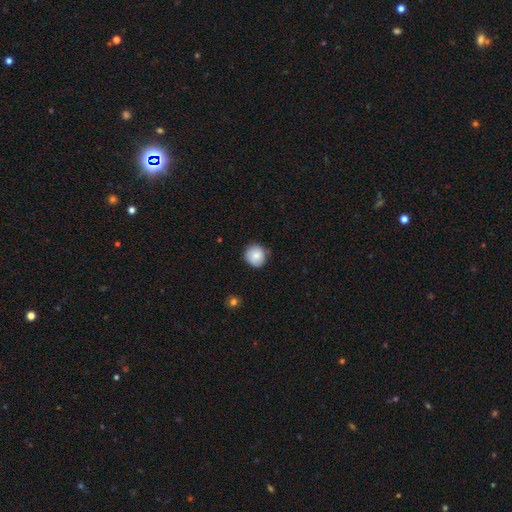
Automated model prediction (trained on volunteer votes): smooth 83%, featured or disk 10%, star or artifact 8%. Down the decision tree: how rounded — round (90%); merging — none (82%).